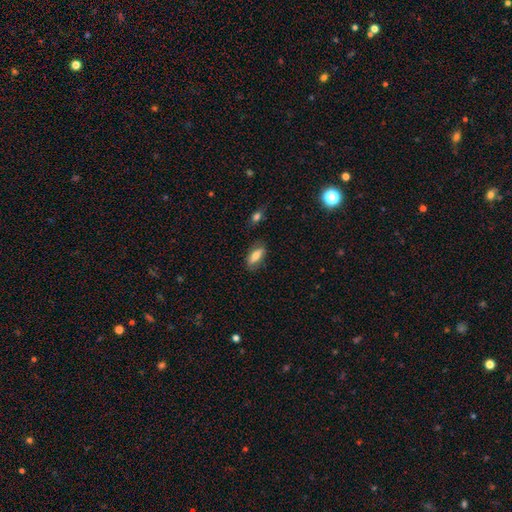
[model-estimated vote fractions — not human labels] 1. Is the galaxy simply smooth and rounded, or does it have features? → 71% smooth, 23% featured or disk, 7% star or artifact.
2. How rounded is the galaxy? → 78% in between, 19% cigar-shaped, 3% round.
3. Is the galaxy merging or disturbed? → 81% none, 13% minor disturbance, 3% major disturbance, 2% merger.